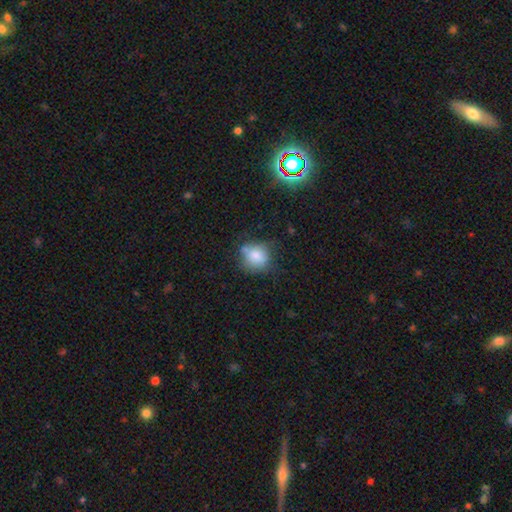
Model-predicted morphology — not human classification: This appears to be a smooth galaxy with no disk features (79%) that is round (72%). Merging: none (57%).